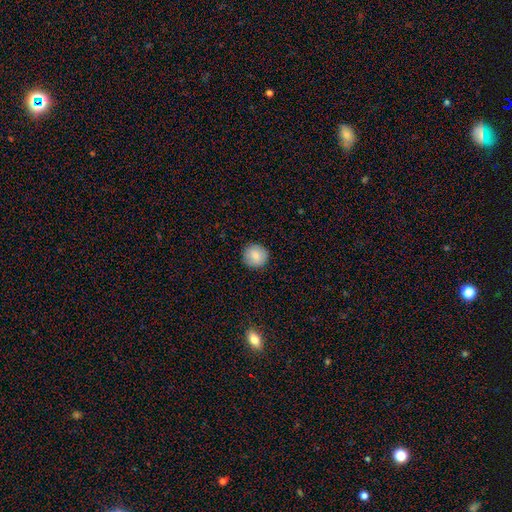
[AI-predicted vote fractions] Smooth or featured?
  - smooth: 83% *
  - featured or disk: 9%
  - star or artifact: 8%
How rounded?
  - round: 93% *
  - in between: 6%
  - cigar-shaped: 1%
Merging?
  - none: 90% *
  - minor disturbance: 7%
  - major disturbance: 2%
  - merger: 1%